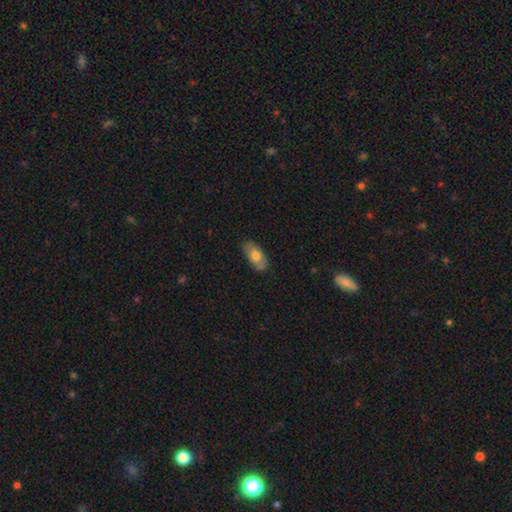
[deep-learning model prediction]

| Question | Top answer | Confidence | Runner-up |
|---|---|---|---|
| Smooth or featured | smooth | 65% | featured or disk (29%) |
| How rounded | in between | 92% | cigar-shaped (5%) |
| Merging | none | 77% | minor disturbance (18%) |